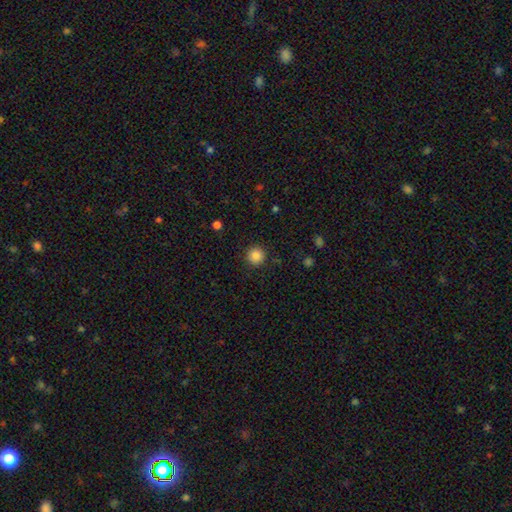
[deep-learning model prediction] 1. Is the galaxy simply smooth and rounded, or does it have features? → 86% smooth, 10% star or artifact, 4% featured or disk.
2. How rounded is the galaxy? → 95% round, 4% in between, 1% cigar-shaped.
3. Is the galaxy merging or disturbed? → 91% none, 6% minor disturbance, 2% major disturbance, 1% merger.